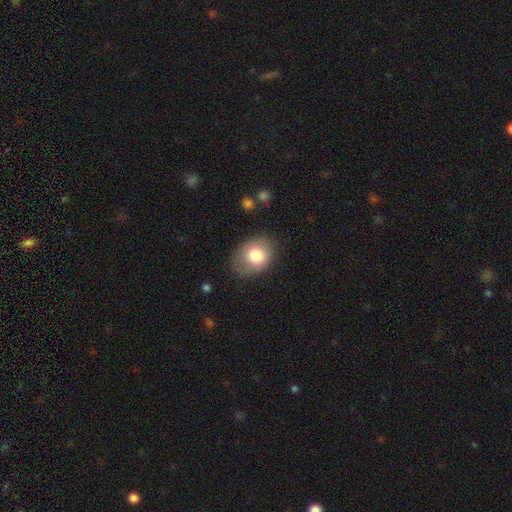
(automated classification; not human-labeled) smooth 78%, featured or disk 14%, star or artifact 8%. Down the decision tree: how rounded — in between (68%); merging — none (73%).